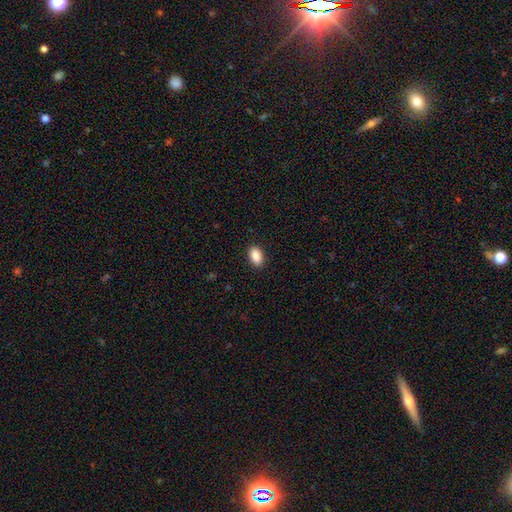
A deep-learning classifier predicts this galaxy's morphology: type=smooth (89%); roundness=in between (92%); merging=none (90%).